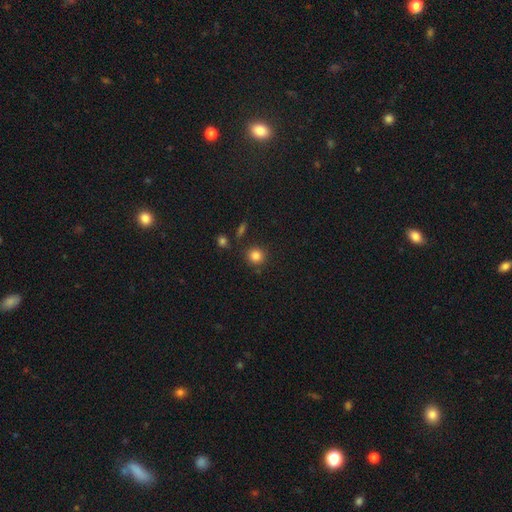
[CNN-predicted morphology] Q: Smooth or featured?
A: smooth (84%); runner-up: star or artifact (11%)
Q: How rounded?
A: round (90%); runner-up: in between (9%)
Q: Merging?
A: none (84%); runner-up: minor disturbance (8%)